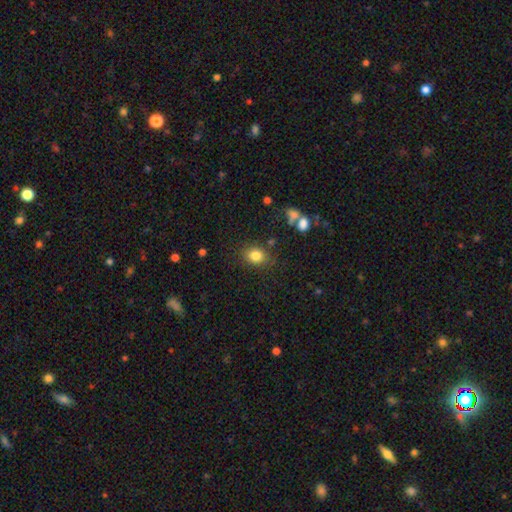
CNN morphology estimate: type=smooth (82%); roundness=in between (50%); merging=none (79%).